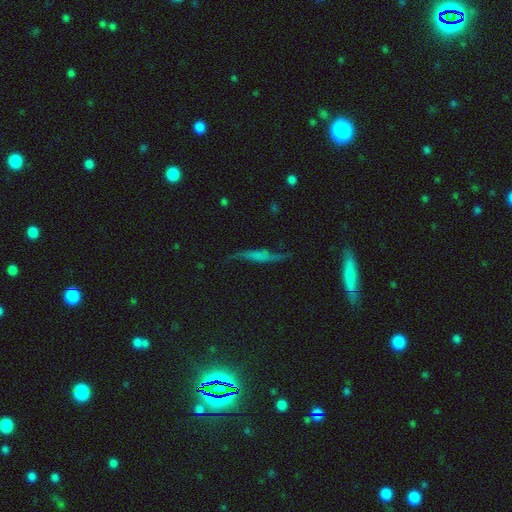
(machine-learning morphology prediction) Q: Smooth or featured?
A: featured or disk (45%); runner-up: star or artifact (31%)
Q: Merging?
A: none (77%); runner-up: minor disturbance (15%)